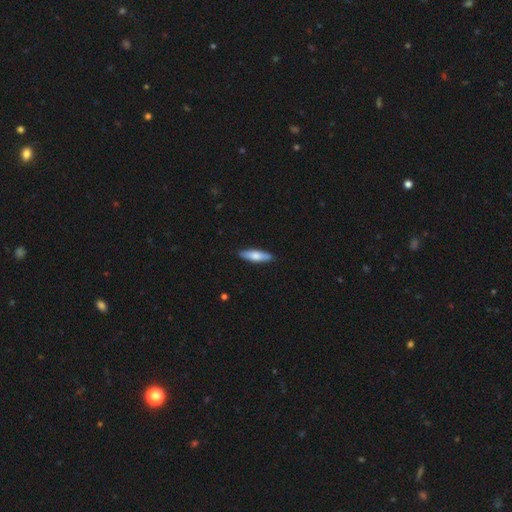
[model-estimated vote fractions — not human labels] Q: Smooth or featured?
A: smooth (68%); runner-up: featured or disk (27%)
Q: How rounded?
A: cigar-shaped (63%); runner-up: in between (35%)
Q: Merging?
A: none (89%); runner-up: minor disturbance (8%)